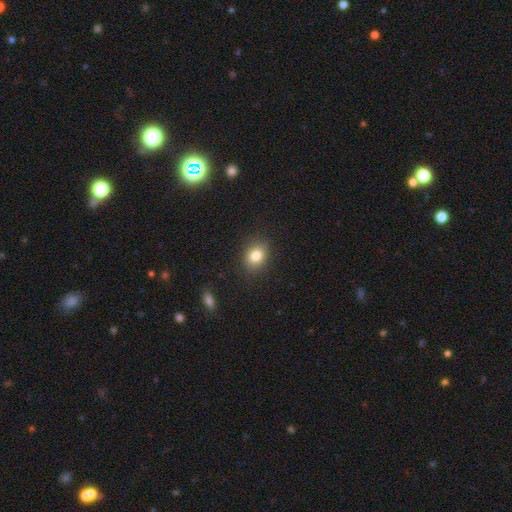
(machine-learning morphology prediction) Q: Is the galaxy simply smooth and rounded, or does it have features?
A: smooth — 81%.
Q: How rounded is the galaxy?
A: in between — 55%.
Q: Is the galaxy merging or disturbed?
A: none — 87%.